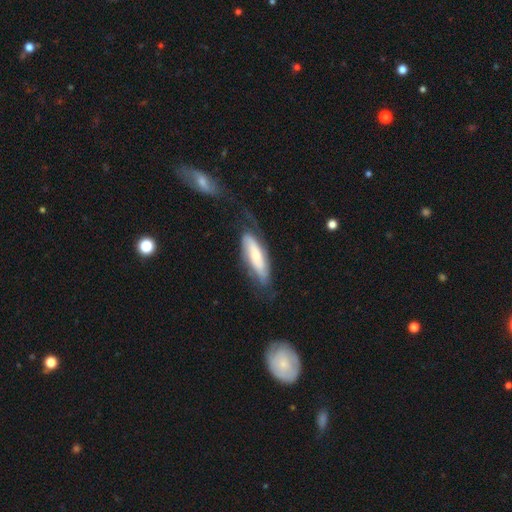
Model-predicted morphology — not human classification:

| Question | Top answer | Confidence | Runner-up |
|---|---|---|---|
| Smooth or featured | featured or disk | 56% | smooth (38%) |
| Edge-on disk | no | 74% | yes (26%) |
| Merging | none | 54% | minor disturbance (24%) |